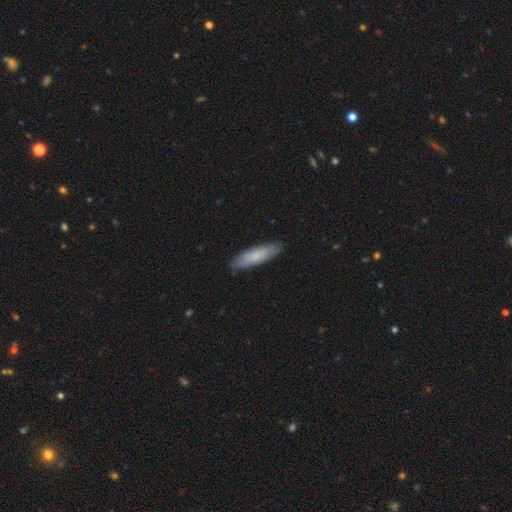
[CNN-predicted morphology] A smooth galaxy with no disk features (74%) that is cigar-shaped (67%). Merging: none (87%).